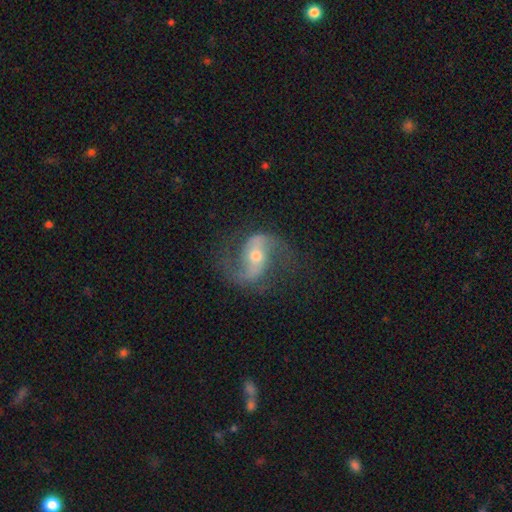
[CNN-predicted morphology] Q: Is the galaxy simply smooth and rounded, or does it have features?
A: featured or disk — 89%.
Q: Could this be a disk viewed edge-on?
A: no — 97%.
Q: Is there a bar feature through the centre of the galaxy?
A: weak — 35%.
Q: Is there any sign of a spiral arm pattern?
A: yes — 97%.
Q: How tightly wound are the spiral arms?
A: loose — 53%.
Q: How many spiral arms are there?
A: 2 — 93%.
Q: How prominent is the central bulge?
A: moderate — 54%.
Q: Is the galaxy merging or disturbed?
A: none — 77%.